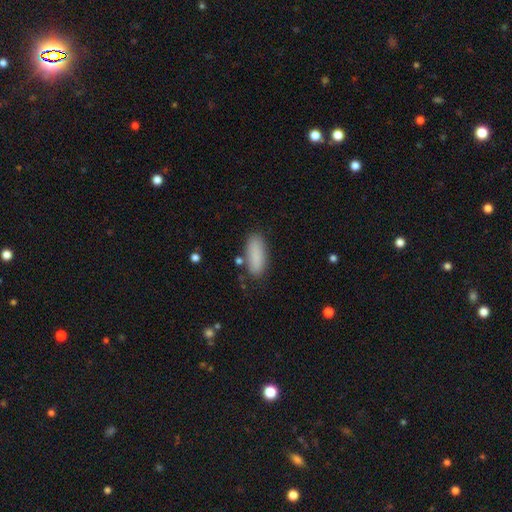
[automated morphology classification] Smooth or featured?
  - smooth: 87% *
  - star or artifact: 7%
  - featured or disk: 6%
How rounded?
  - in between: 66% *
  - cigar-shaped: 32%
  - round: 2%
Merging?
  - none: 80% *
  - minor disturbance: 13%
  - major disturbance: 3%
  - merger: 3%